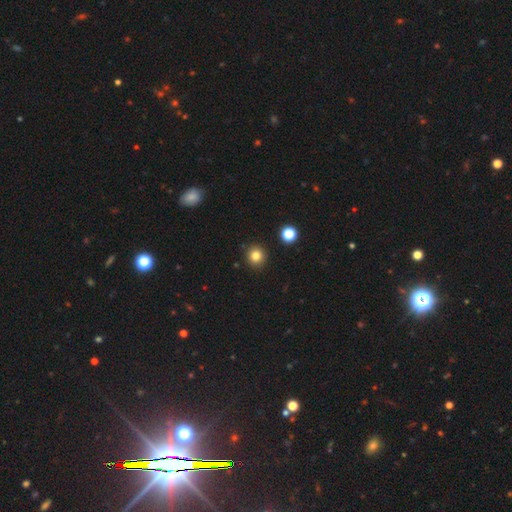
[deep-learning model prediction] Q: Smooth or featured?
A: smooth (82%); runner-up: star or artifact (13%)
Q: How rounded?
A: round (92%); runner-up: in between (7%)
Q: Merging?
A: none (91%); runner-up: minor disturbance (6%)